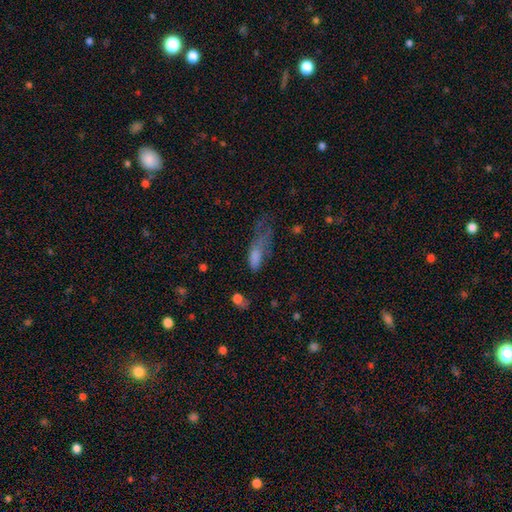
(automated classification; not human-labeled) smooth-or-featured: smooth: 70% | featured or disk: 18% | star or artifact: 12%
  how-rounded: in between: 63% | cigar-shaped: 33% | round: 4%
  merging: major disturbance: 52% | minor disturbance: 24% | none: 18% | merger: 6%